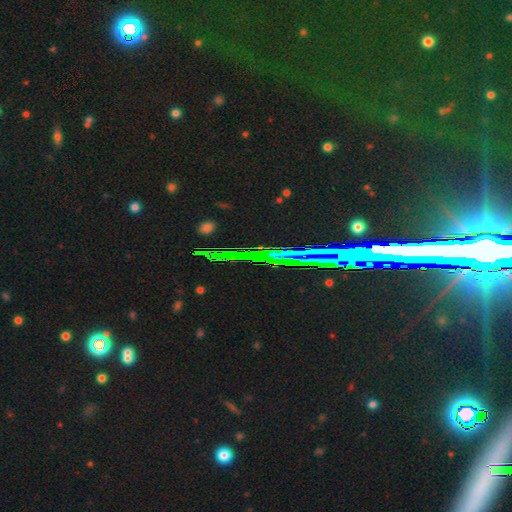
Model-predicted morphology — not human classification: Overall: star or artifact (77%).